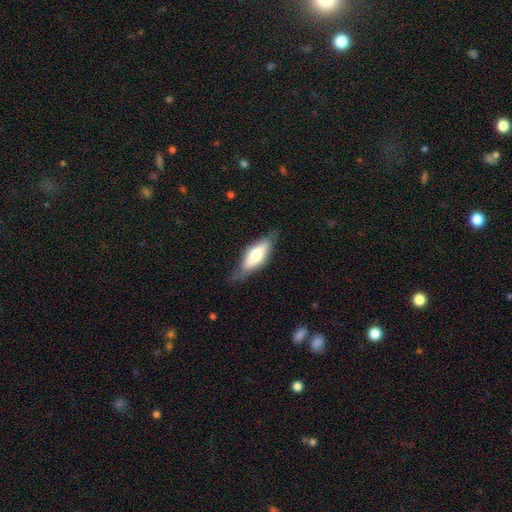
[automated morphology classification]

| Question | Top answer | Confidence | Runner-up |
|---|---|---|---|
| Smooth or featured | smooth | 61% | featured or disk (33%) |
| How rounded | in between | 68% | cigar-shaped (30%) |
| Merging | none | 70% | minor disturbance (23%) |